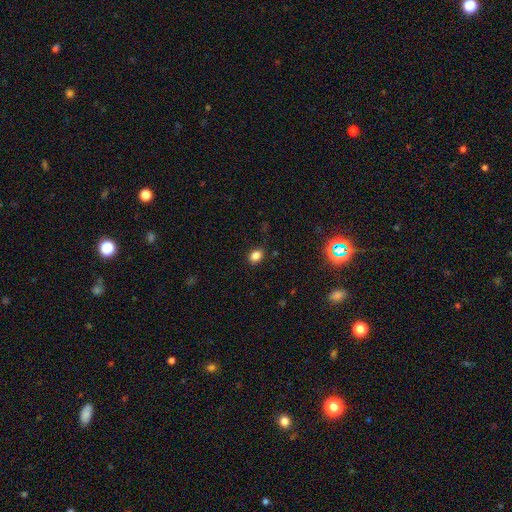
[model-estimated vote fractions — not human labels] Q: Smooth or featured?
A: smooth (83%); runner-up: star or artifact (13%)
Q: How rounded?
A: in between (57%); runner-up: round (41%)
Q: Merging?
A: none (85%); runner-up: minor disturbance (11%)